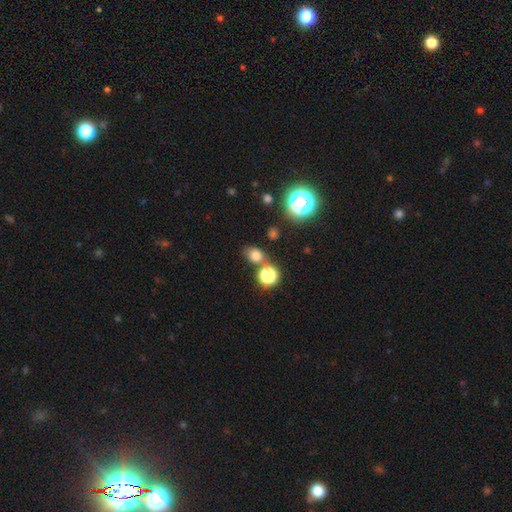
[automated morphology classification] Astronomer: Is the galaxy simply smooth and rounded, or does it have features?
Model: smooth — 73%.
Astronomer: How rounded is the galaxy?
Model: round — 51% (runner-up: in between, 48%).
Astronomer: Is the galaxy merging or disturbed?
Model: none — 68%.